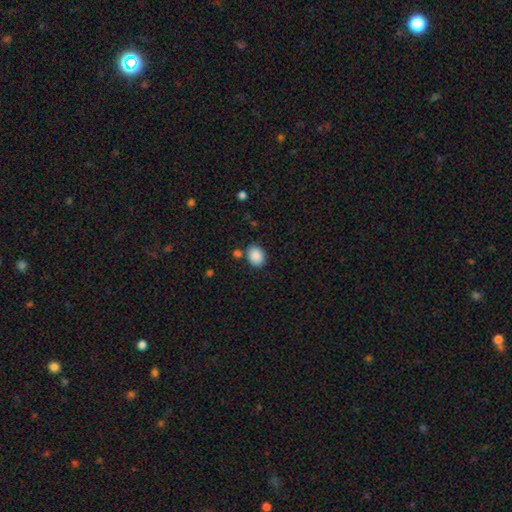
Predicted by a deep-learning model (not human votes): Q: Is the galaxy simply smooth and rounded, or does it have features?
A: smooth — 89%.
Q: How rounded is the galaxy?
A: in between — 59%.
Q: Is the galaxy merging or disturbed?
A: none — 79%.